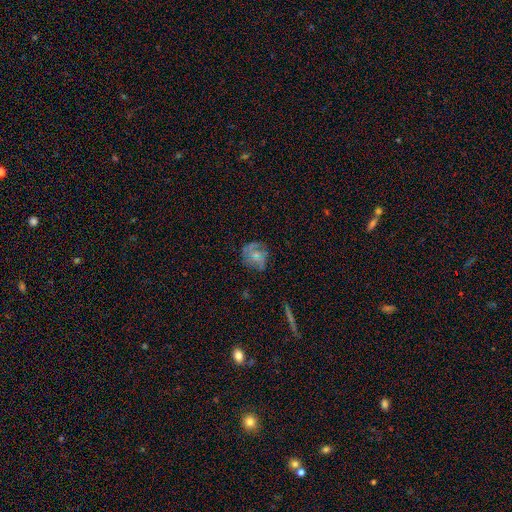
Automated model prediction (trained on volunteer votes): Smooth or featured? featured or disk (46%)
Merging? none (61%)